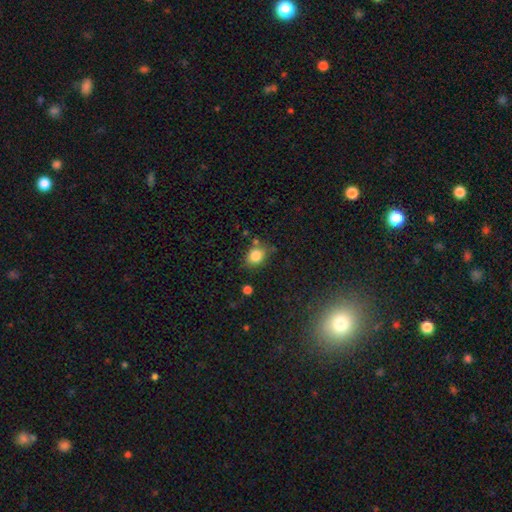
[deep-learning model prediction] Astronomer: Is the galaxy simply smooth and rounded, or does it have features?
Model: smooth — 83%.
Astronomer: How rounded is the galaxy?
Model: round — 50% (runner-up: in between, 49%).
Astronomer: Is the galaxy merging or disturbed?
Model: none — 72%.